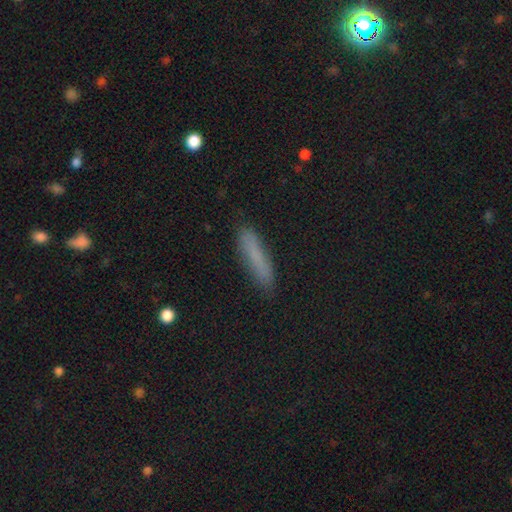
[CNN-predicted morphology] Smooth or featured?
  - smooth: 74% *
  - featured or disk: 14%
  - star or artifact: 13%
How rounded?
  - cigar-shaped: 86% *
  - in between: 12%
  - round: 2%
Merging?
  - none: 87% *
  - minor disturbance: 9%
  - major disturbance: 2%
  - merger: 1%